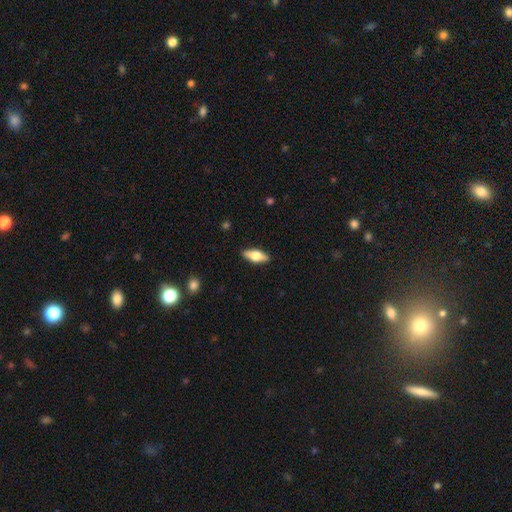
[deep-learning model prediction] Smooth or featured? smooth (56%)
How rounded? in between (71%)
Merging? none (89%)